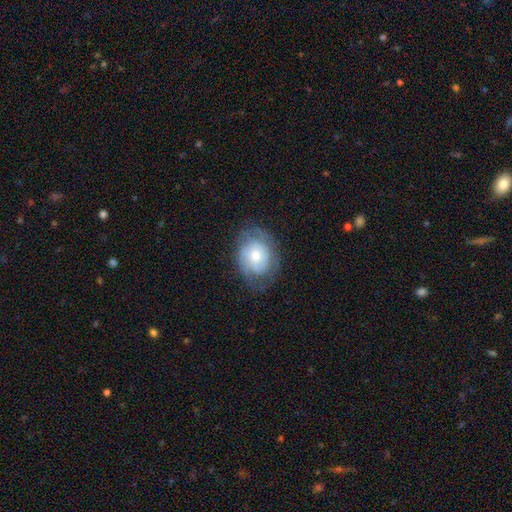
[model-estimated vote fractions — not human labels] featured or disk 53%, smooth 40%, star or artifact 7%. Down the decision tree: edge-on disk — no (96%); bar — no (79%); spiral arms — yes (72%); bulge size — moderate (55%); merging — none (63%).